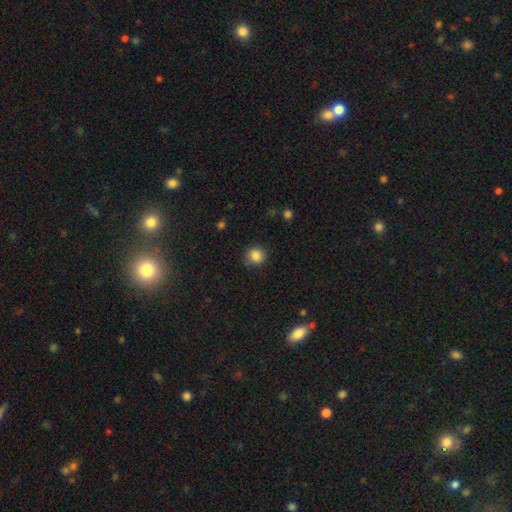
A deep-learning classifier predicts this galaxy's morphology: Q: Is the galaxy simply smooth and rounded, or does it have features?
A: smooth — 86%.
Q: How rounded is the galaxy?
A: round — 90%.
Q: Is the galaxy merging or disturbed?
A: none — 89%.